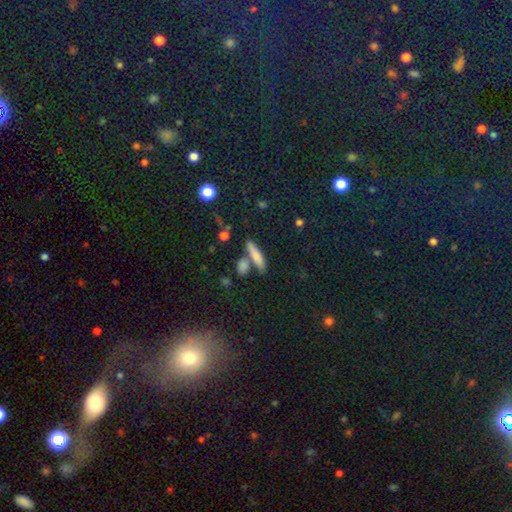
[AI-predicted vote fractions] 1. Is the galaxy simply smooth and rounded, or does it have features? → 74% smooth, 16% featured or disk, 10% star or artifact.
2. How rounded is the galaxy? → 75% cigar-shaped, 20% in between, 5% round.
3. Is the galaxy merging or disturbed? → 68% none, 17% merger, 11% minor disturbance, 4% major disturbance.